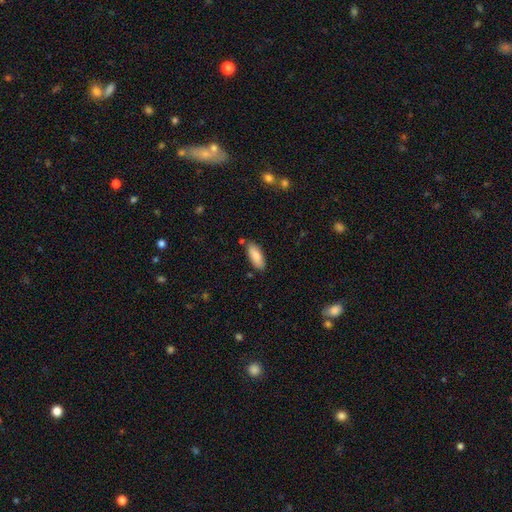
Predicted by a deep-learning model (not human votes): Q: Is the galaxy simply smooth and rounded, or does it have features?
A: smooth — 86%.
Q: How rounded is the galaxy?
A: in between — 77%.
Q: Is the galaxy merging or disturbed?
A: none — 81%.